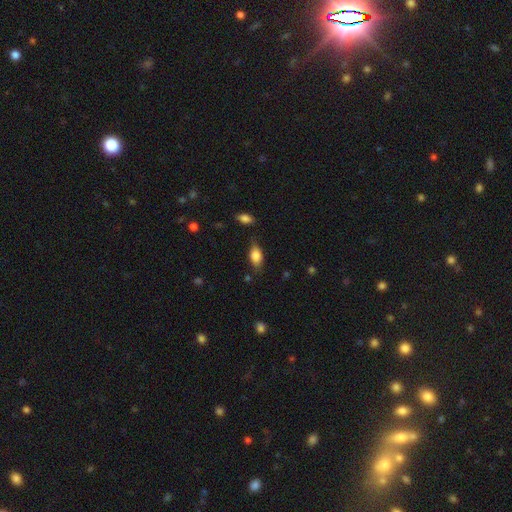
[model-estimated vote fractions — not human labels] The model was most divided on "merging": none: 73%, minor disturbance: 20%, major disturbance: 5%, merger: 2%. More confident: how rounded — in between (87%); smooth or featured — smooth (79%).